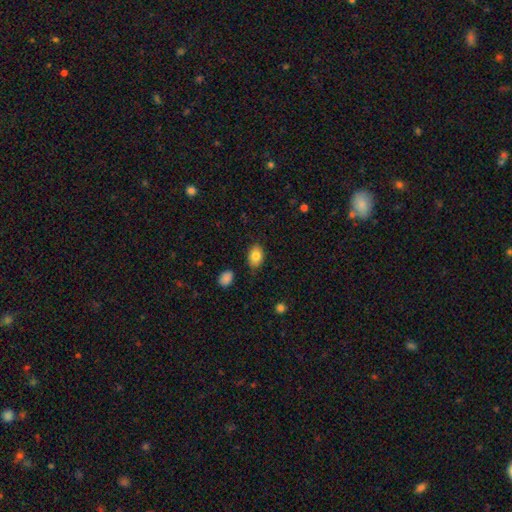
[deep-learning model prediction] Overall: smooth (84%). How rounded: in between (83%). Merging: none (83%).